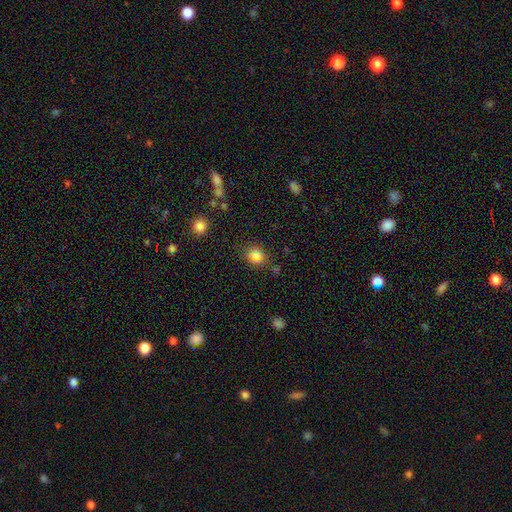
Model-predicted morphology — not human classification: Smooth or featured? smooth (73%)
How rounded? round (64%)
Merging? none (77%)